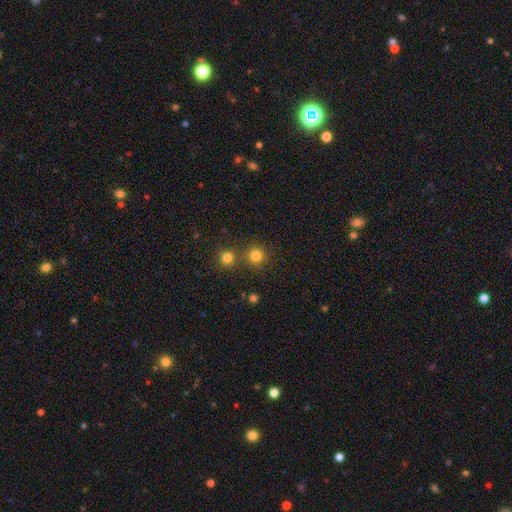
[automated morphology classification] This appears to be a smooth galaxy with no disk features (81%) that is round (94%). Merging: none (78%).